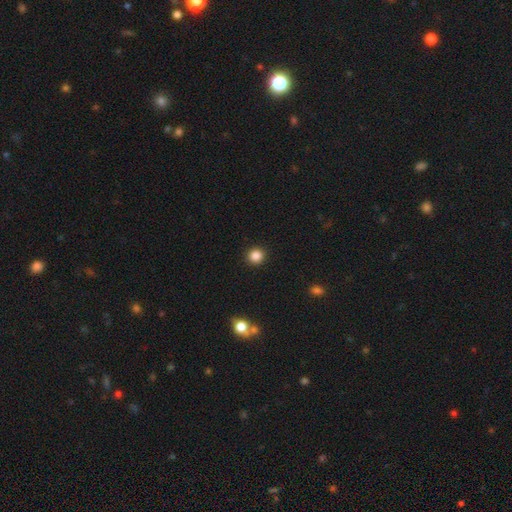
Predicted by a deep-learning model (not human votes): A smooth galaxy with no disk features (86%) that is round (92%). Merging: none (93%).